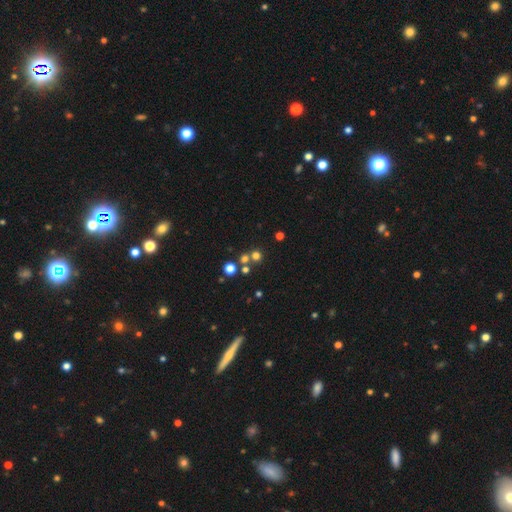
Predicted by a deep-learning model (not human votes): Overall: smooth (64%; star or artifact 26%). How rounded: round (91%). Merging: none (66%).